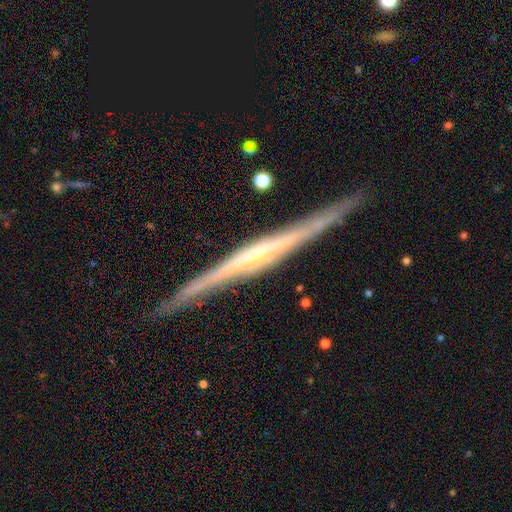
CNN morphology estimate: Smooth or featured?
  - featured or disk: 85% *
  - smooth: 10%
  - star or artifact: 5%
Edge-on disk?
  - yes: 98% *
  - no: 2%
Edge-on bulge?
  - rounded: 57% *
  - none: 30%
  - boxy: 13%
Merging?
  - none: 90% *
  - minor disturbance: 8%
  - major disturbance: 1%
  - merger: 1%